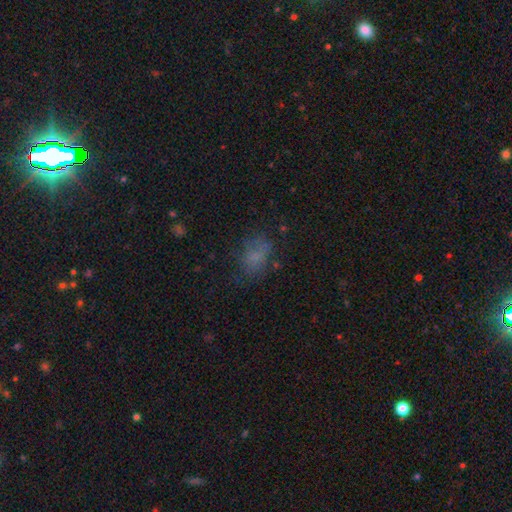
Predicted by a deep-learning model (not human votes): Smooth or featured?
  - smooth: 68% *
  - star or artifact: 17%
  - featured or disk: 15%
How rounded?
  - in between: 75% *
  - round: 23%
  - cigar-shaped: 2%
Merging?
  - none: 59% *
  - minor disturbance: 22%
  - major disturbance: 16%
  - merger: 3%